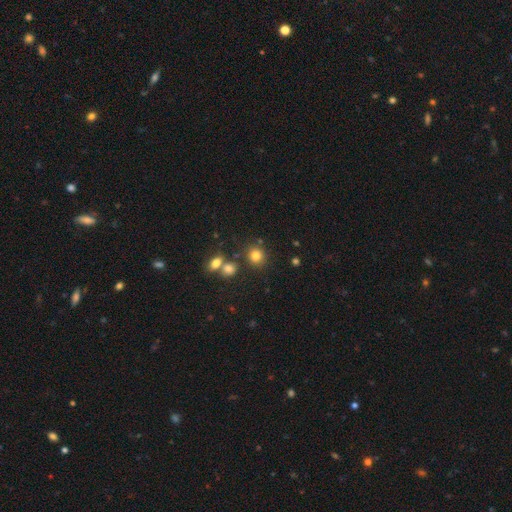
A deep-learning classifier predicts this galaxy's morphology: Smooth or featured? smooth (78%)
How rounded? round (86%)
Merging? none (77%)